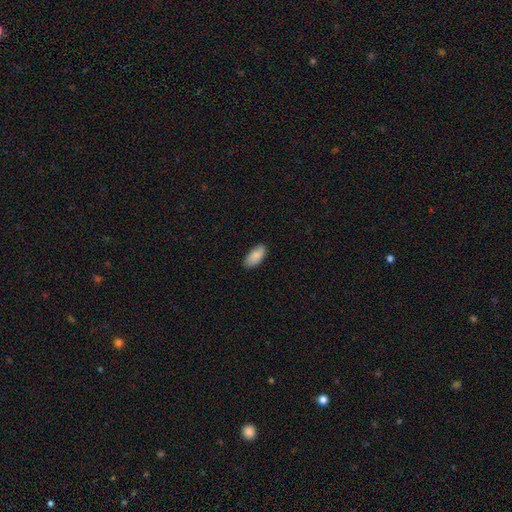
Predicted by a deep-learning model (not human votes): smooth 87%, featured or disk 8%, star or artifact 6%. Down the decision tree: how rounded — in between (91%); merging — none (84%).